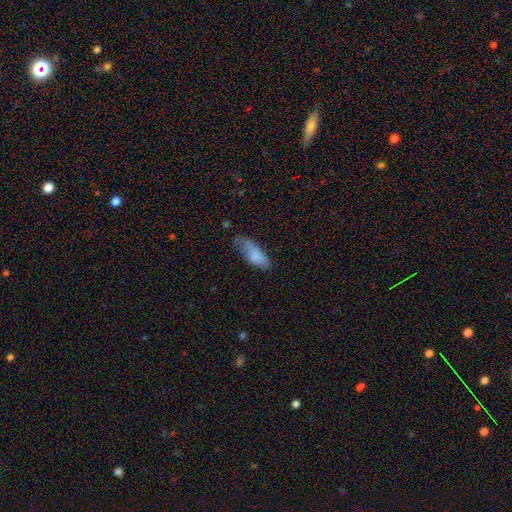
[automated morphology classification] smooth_or_featured: smooth (p=0.80) [alt: featured or disk p=0.12]
how_rounded: in between (p=0.80) [alt: cigar-shaped p=0.18]
merging: minor disturbance (p=0.40) [alt: none p=0.38]